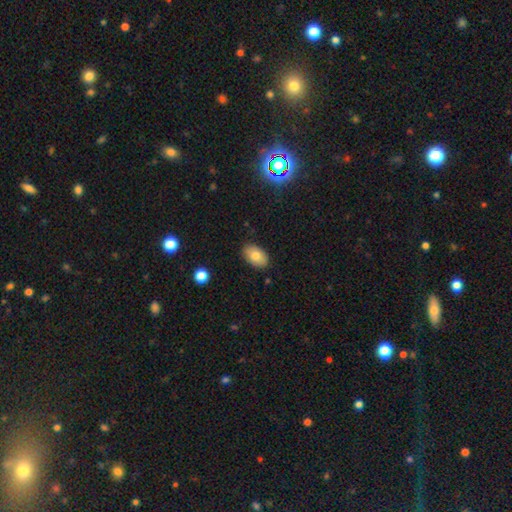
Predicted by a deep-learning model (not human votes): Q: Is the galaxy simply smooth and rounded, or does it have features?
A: smooth — 80%.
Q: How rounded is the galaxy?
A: in between — 91%.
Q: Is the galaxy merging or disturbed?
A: none — 86%.